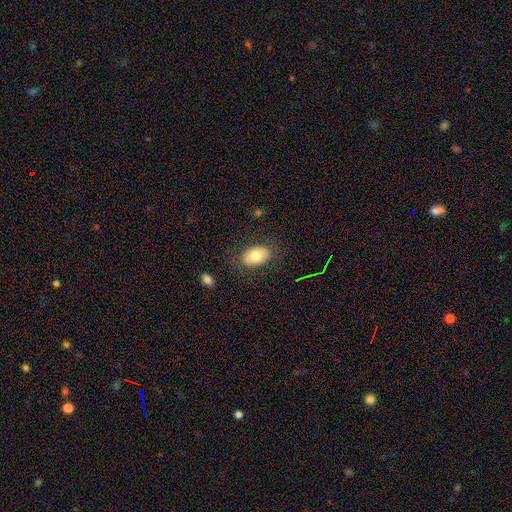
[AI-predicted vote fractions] smooth-or-featured: smooth: 75% | featured or disk: 17% | star or artifact: 8%
  how-rounded: in between: 88% | round: 11% | cigar-shaped: 1%
  merging: none: 81% | minor disturbance: 13% | major disturbance: 5% | merger: 1%